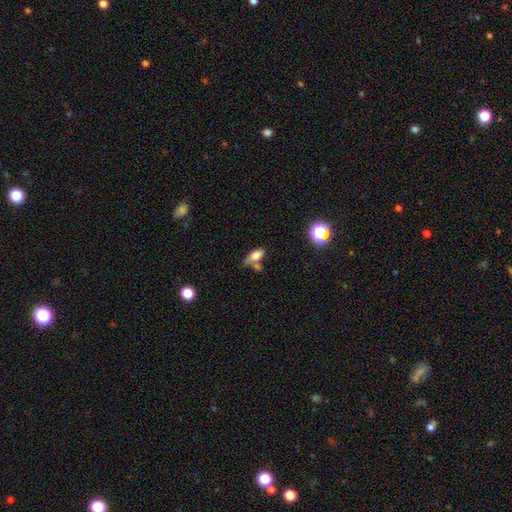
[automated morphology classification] Q: Smooth or featured?
A: smooth (75%); runner-up: star or artifact (12%)
Q: How rounded?
A: in between (84%); runner-up: cigar-shaped (10%)
Q: Merging?
A: none (40%); runner-up: merger (30%)